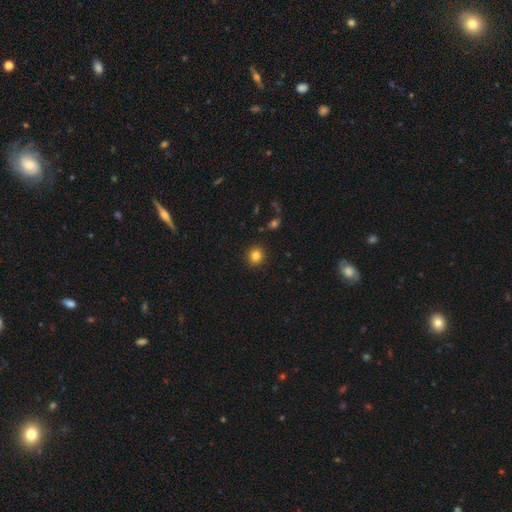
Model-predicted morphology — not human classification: Overall: smooth (83%). How rounded: round (85%). Merging: none (91%).